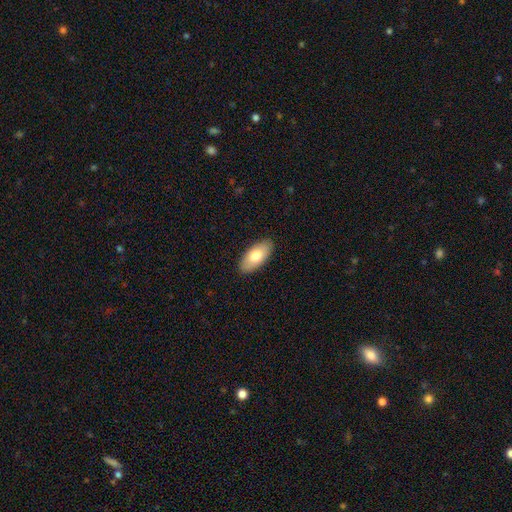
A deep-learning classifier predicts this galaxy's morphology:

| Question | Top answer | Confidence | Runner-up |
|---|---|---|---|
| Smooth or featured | smooth | 76% | featured or disk (18%) |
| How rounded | in between | 92% | cigar-shaped (6%) |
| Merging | none | 89% | minor disturbance (8%) |